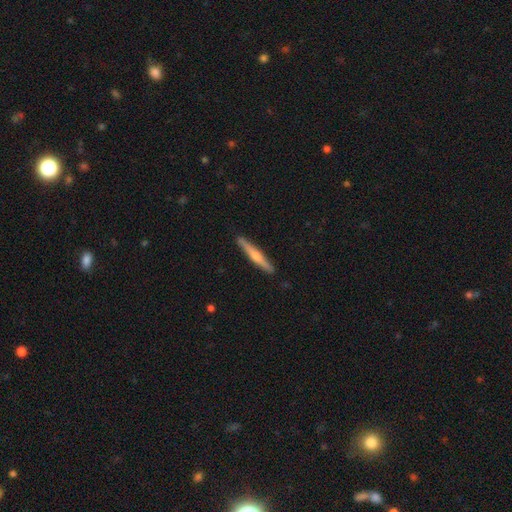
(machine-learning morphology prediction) Smooth or featured: featured or disk — 49% (smooth — 46%)
Merging: none — 90% (minor disturbance — 7%)